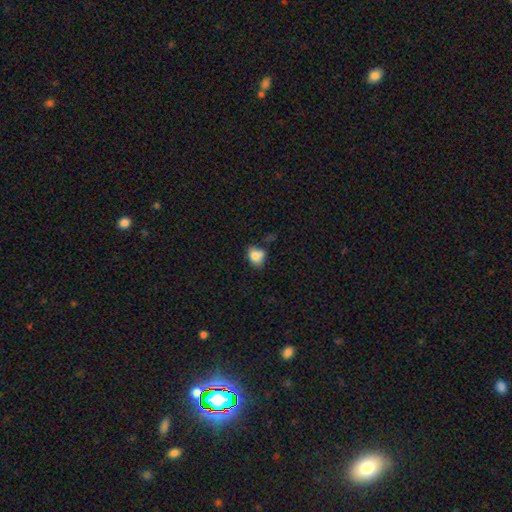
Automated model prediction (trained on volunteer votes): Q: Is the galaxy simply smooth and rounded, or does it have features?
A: smooth — 80%.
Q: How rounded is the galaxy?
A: in between — 58%.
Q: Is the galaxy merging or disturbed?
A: none — 48%.